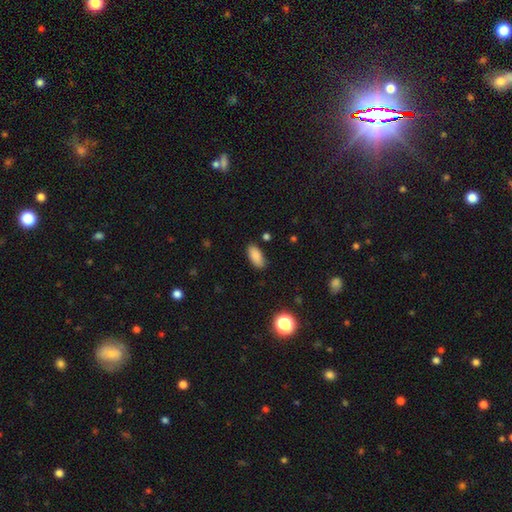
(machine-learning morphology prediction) smooth_or_featured: smooth (p=0.87) [alt: star or artifact p=0.09]
how_rounded: in between (p=0.89) [alt: cigar-shaped p=0.09]
merging: none (p=0.85) [alt: minor disturbance p=0.11]